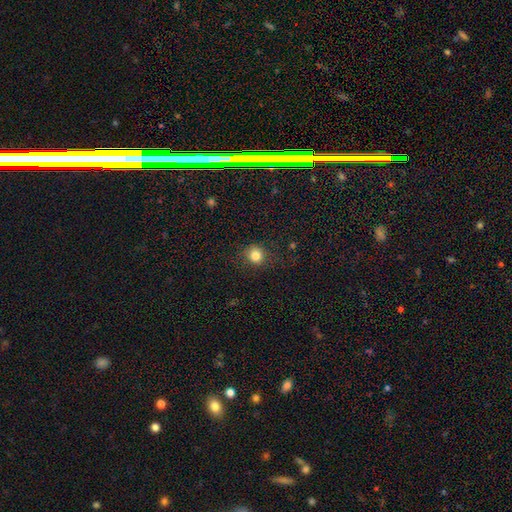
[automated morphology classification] This appears to be a smooth galaxy with no disk features (83%) that is round (86%). Merging: none (87%).